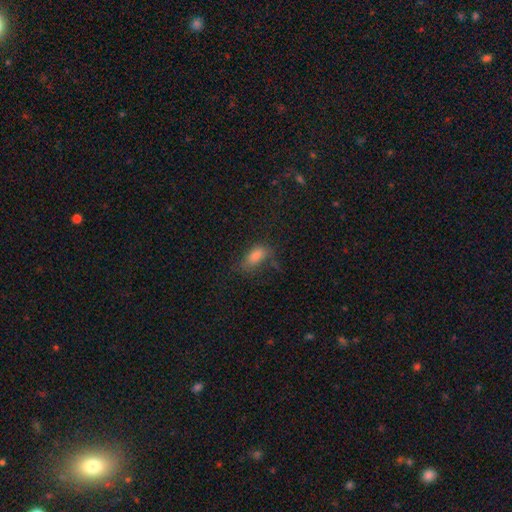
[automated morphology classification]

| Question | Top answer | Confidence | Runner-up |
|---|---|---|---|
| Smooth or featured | smooth | 76% | star or artifact (13%) |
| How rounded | in between | 83% | cigar-shaped (11%) |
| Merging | none | 54% | minor disturbance (25%) |